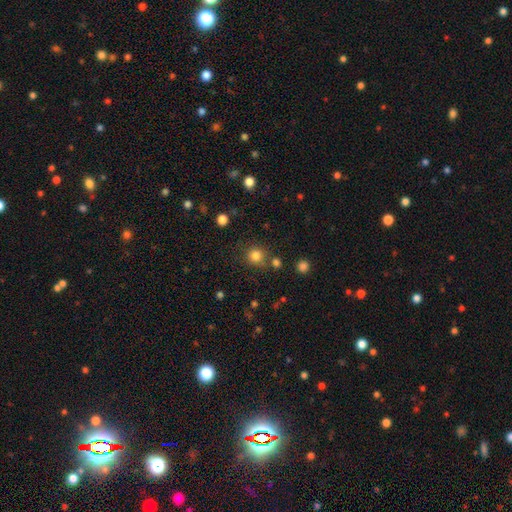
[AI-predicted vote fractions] Smooth or featured: smooth — 81% (star or artifact — 14%)
How rounded: round — 91% (in between — 8%)
Merging: none — 78% (minor disturbance — 10%)